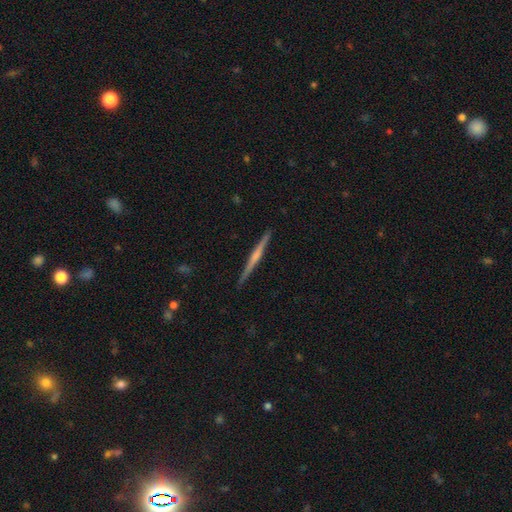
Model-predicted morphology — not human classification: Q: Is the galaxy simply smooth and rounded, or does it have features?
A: featured or disk — 69%.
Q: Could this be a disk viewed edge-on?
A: yes — 98%.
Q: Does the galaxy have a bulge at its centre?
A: rounded — 45%.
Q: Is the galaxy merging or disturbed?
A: none — 91%.